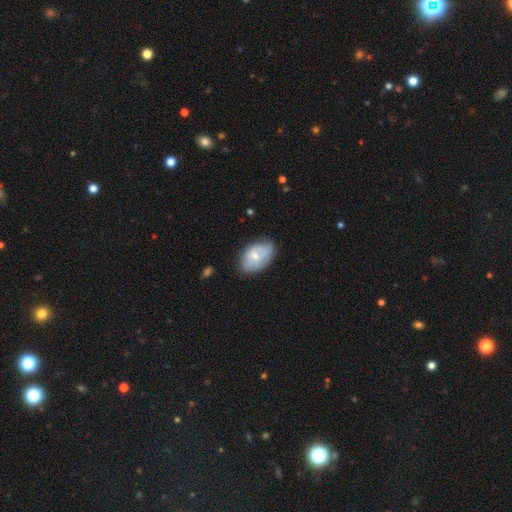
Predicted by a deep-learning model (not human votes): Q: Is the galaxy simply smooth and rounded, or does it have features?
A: smooth — 59%.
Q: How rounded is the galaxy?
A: in between — 89%.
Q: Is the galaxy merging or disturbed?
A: none — 63%.